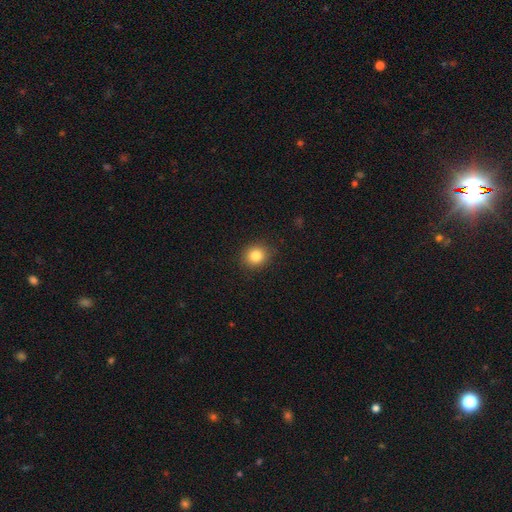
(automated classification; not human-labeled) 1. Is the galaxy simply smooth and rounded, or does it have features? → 84% smooth, 10% star or artifact, 6% featured or disk.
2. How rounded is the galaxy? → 75% round, 24% in between, 1% cigar-shaped.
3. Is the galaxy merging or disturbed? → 89% none, 8% minor disturbance, 2% major disturbance, 1% merger.